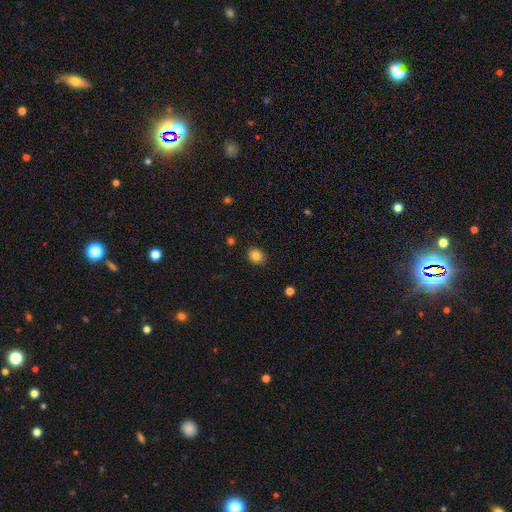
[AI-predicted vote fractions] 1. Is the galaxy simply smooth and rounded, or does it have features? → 83% smooth, 11% star or artifact, 6% featured or disk.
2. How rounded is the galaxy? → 68% round, 31% in between, 1% cigar-shaped.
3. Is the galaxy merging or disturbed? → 89% none, 8% minor disturbance, 2% major disturbance, 1% merger.